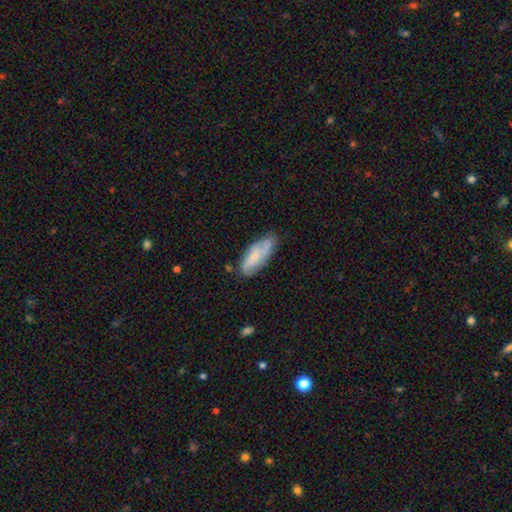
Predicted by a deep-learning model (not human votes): featured or disk 48%, smooth 45%, star or artifact 7%. Down the decision tree: merging — none (63%).